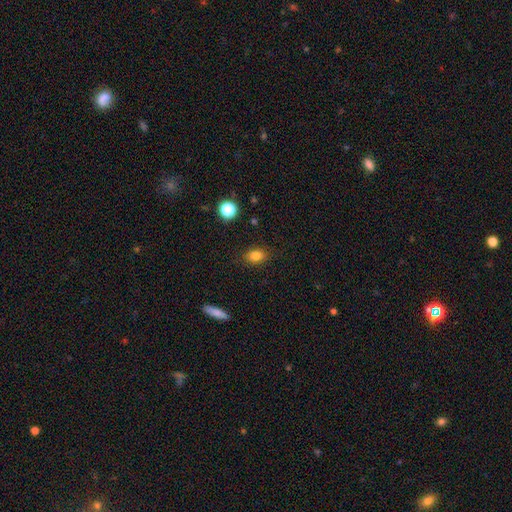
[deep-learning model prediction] A smooth galaxy with no disk features (82%) that is in between round and cigar-shaped (70%). Merging: none (86%).